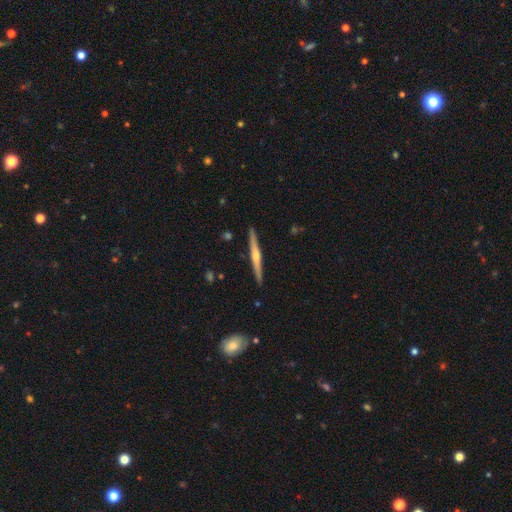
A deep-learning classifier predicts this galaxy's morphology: smooth_or_featured: featured or disk (p=0.72) [alt: smooth p=0.23]
disk_edge_on: yes (p=0.98) [alt: no p=0.02]
edge_on_bulge: rounded (p=0.83) [alt: none p=0.11]
merging: none (p=0.91) [alt: minor disturbance p=0.06]